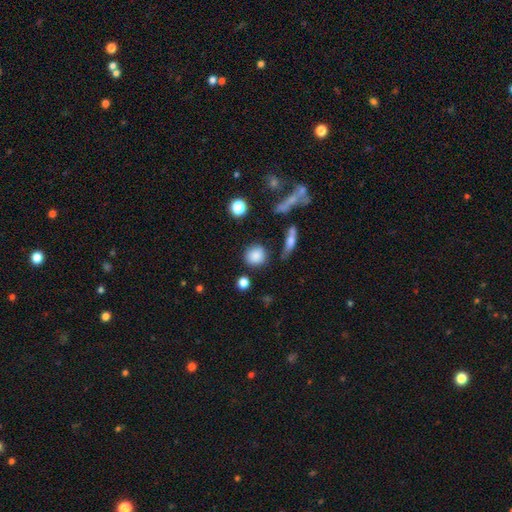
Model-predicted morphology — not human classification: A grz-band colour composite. It shows a smooth galaxy with no disk features (84%) that is round (85%). Merging: none (77%).